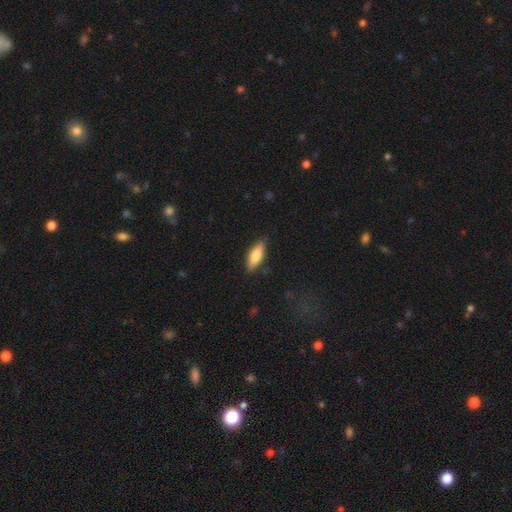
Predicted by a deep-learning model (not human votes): Q: Smooth or featured?
A: smooth (74%); runner-up: featured or disk (20%)
Q: How rounded?
A: in between (64%); runner-up: cigar-shaped (33%)
Q: Merging?
A: none (84%); runner-up: minor disturbance (12%)